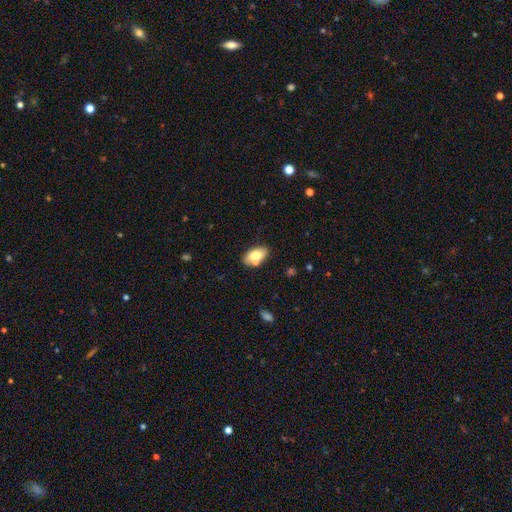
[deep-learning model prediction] This is likely a smooth galaxy (74%). How rounded: clearly in between (92%). Merging: likely none (69%).